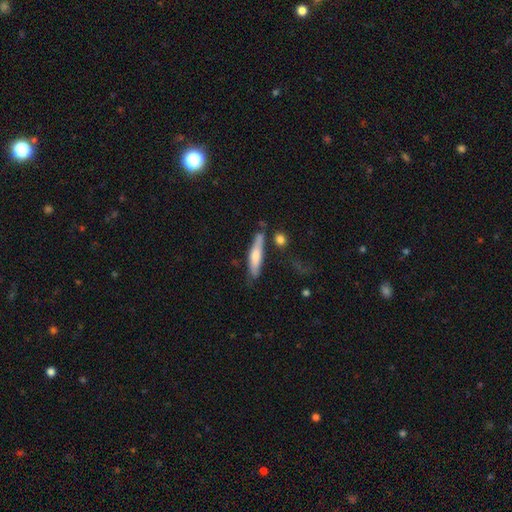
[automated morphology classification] A smooth galaxy with no disk features (66%) that is cigar-shaped (80%).

Vote fractions:
- Smooth or featured? smooth: 66% / featured or disk: 28% / star or artifact: 6%
- How rounded? cigar-shaped: 80% / in between: 18% / round: 2%
- Merging? none: 65% / minor disturbance: 21% / merger: 8% / major disturbance: 6%